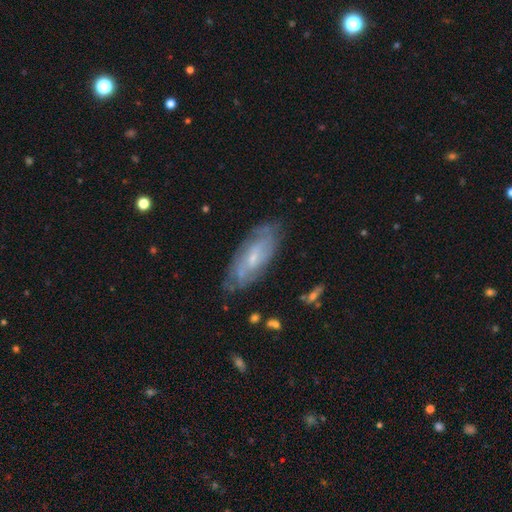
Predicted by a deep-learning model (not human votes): Smooth or featured?
  - featured or disk: 64% *
  - smooth: 26%
  - star or artifact: 11%
Edge-on disk?
  - no: 82% *
  - yes: 18%
Bar?
  - no: 53% *
  - weak: 38%
  - strong: 9%
Spiral arms?
  - yes: 80% *
  - no: 20%
Bulge size?
  - small: 59% *
  - moderate: 31%
  - none: 7%
  - large: 2%
  - dominant: 1%
Merging?
  - none: 81% *
  - minor disturbance: 14%
  - major disturbance: 4%
  - merger: 2%